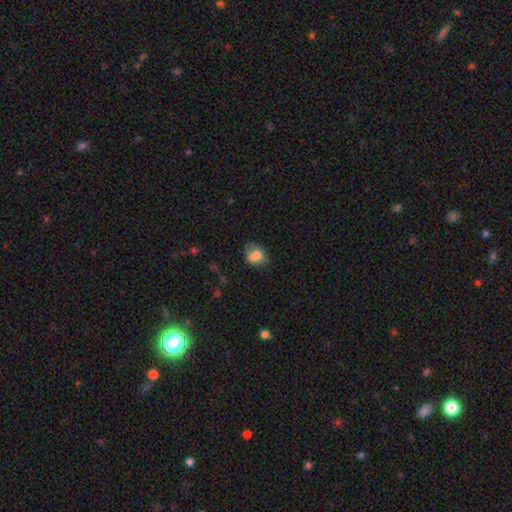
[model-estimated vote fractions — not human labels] Smooth or featured? Predicted: smooth (p=0.78). How rounded? Predicted: in between (p=0.55). Merging? Predicted: none (p=0.54).